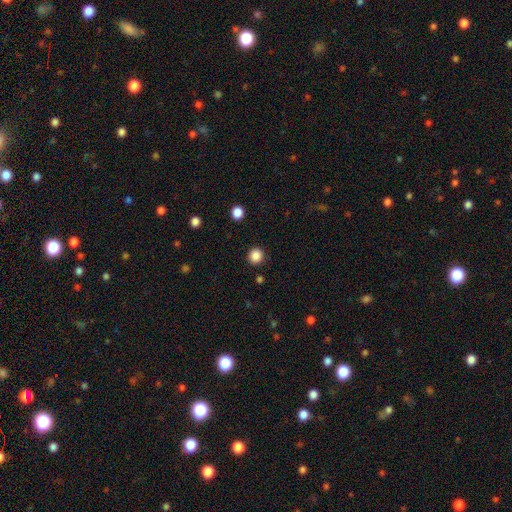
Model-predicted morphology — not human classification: Q: Smooth or featured?
A: smooth (86%); runner-up: star or artifact (11%)
Q: How rounded?
A: round (93%); runner-up: in between (6%)
Q: Merging?
A: none (91%); runner-up: minor disturbance (5%)